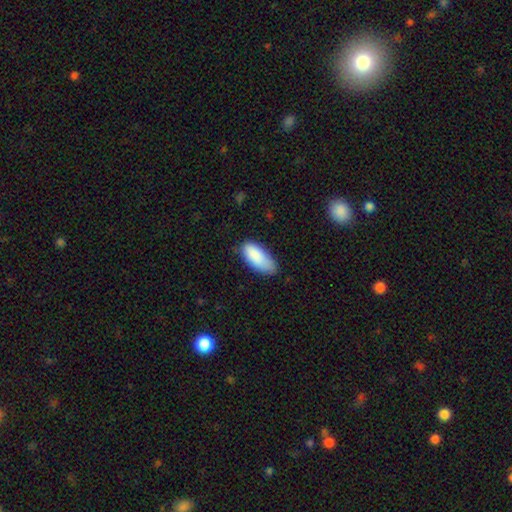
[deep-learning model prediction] Smooth or featured? Predicted: smooth (p=0.88). How rounded? Predicted: in between (p=0.88). Merging? Predicted: none (p=0.62).